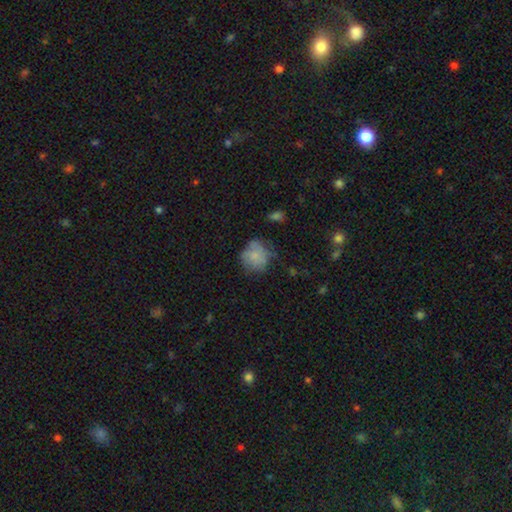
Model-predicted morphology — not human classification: This is likely a smooth galaxy (70%). How rounded: likely round (80%). Merging: possibly none (53%).